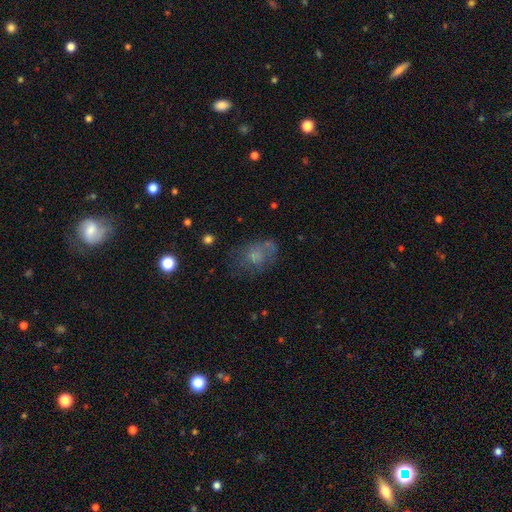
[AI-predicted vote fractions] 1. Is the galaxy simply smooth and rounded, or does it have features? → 57% smooth, 28% featured or disk, 15% star or artifact.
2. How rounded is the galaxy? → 71% in between, 27% round, 2% cigar-shaped.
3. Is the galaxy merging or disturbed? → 45% none, 25% major disturbance, 24% minor disturbance, 6% merger.